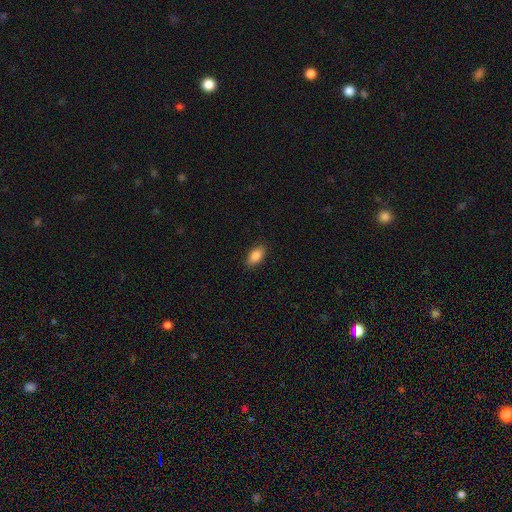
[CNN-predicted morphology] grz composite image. It shows a smooth galaxy with no disk features (86%) that is in between round and cigar-shaped (91%). Merging: none (88%).